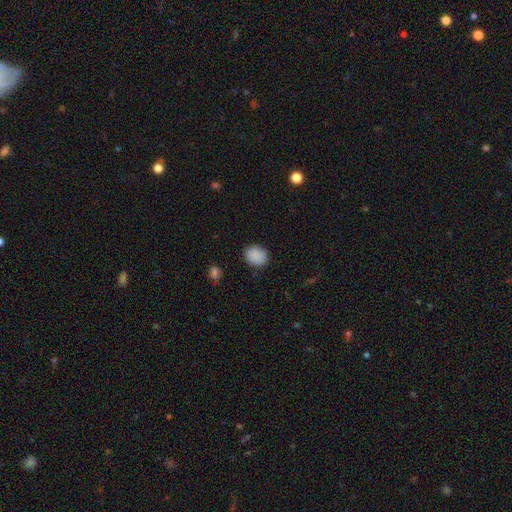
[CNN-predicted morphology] This appears to be a smooth galaxy with no disk features (88%) that is round (53%). Merging: none (85%).